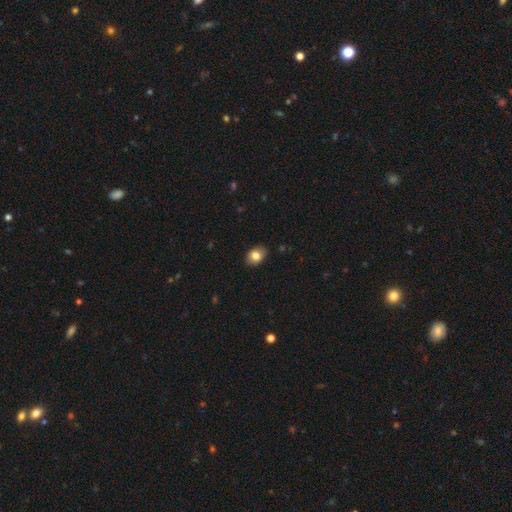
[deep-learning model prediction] A smooth galaxy with no disk features (82%) that is in between round and cigar-shaped (71%).

Vote fractions:
- Smooth or featured? smooth: 82% / featured or disk: 10% / star or artifact: 9%
- How rounded? in between: 71% / round: 28% / cigar-shaped: 1%
- Merging? none: 86% / minor disturbance: 11% / major disturbance: 2% / merger: 1%